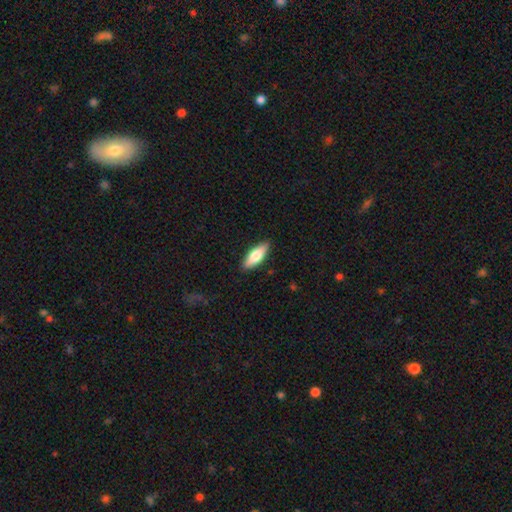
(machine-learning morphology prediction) type=smooth (69%); roundness=in between (61%); merging=none (89%).